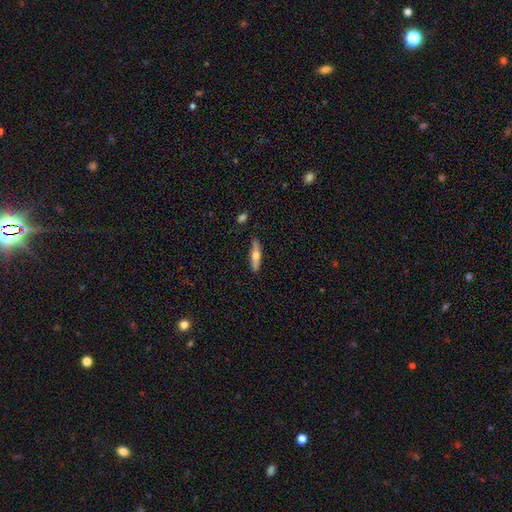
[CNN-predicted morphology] This is possibly a smooth galaxy (51%). How rounded: likely cigar-shaped (77%). Merging: clearly none (85%).